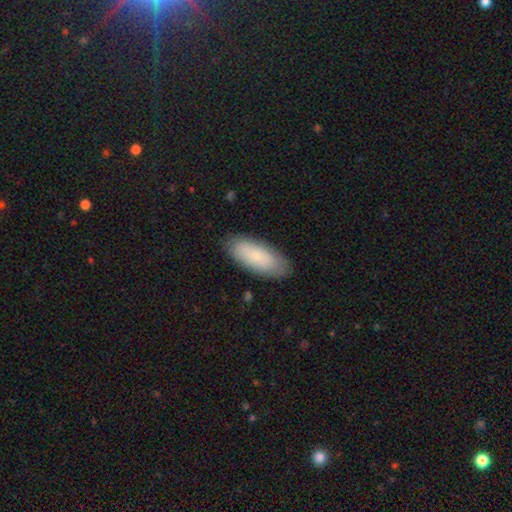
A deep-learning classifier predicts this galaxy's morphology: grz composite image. It shows a smooth galaxy with no disk features (77%) that is in between round and cigar-shaped (80%). Merging: none (84%).